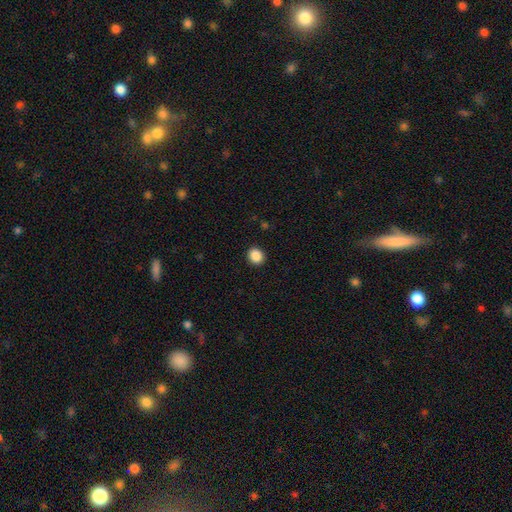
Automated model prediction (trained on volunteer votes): A smooth galaxy with no disk features (88%) that is round (81%).

Vote fractions:
- Smooth or featured? smooth: 88% / star or artifact: 9% / featured or disk: 3%
- How rounded? round: 81% / in between: 18% / cigar-shaped: 1%
- Merging? none: 92% / minor disturbance: 5% / major disturbance: 2% / merger: 1%